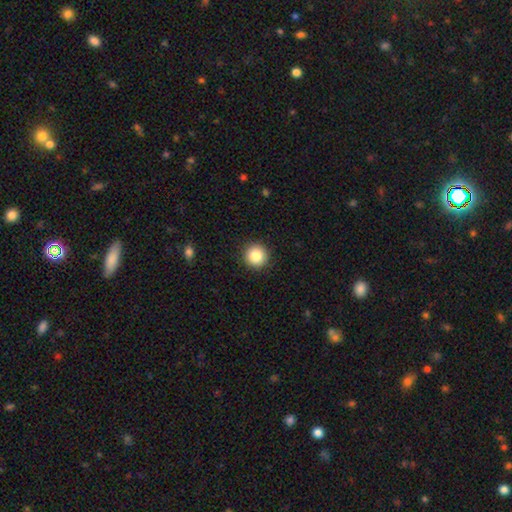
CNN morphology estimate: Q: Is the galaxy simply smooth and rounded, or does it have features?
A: smooth — 86%.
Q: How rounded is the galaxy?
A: round — 95%.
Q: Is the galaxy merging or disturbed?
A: none — 92%.